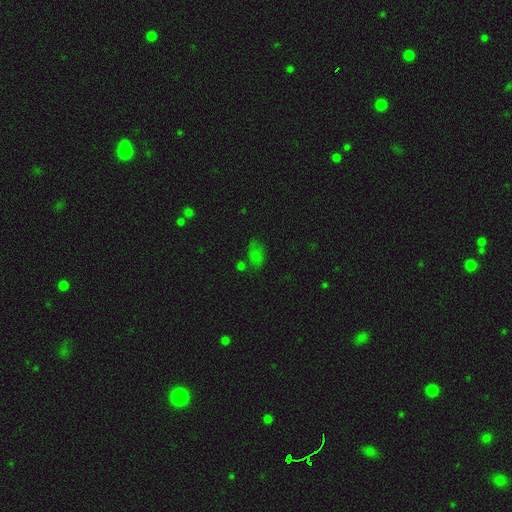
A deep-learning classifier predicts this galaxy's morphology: Smooth or featured? Predicted: smooth (p=0.65). How rounded? Predicted: in between (p=0.85). Merging? Predicted: none (p=0.56).